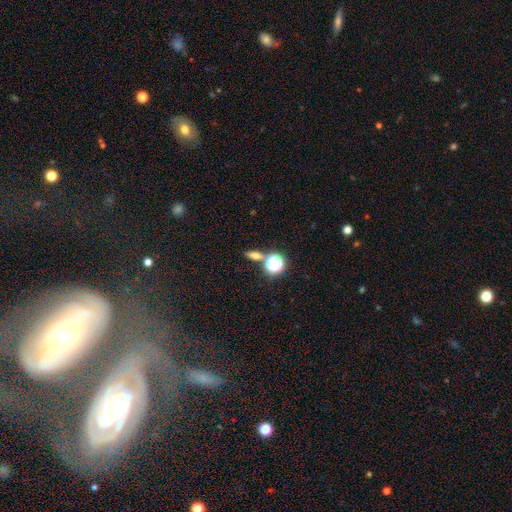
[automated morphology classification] Smooth or featured? smooth (62%)
How rounded? in between (54%)
Merging? none (74%)